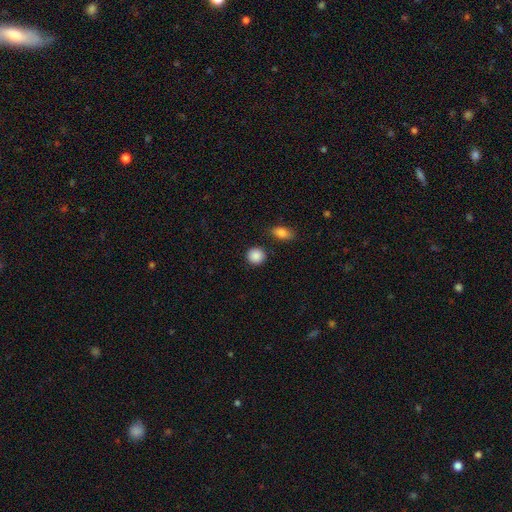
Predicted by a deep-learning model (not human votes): Smooth or featured?
  - smooth: 88% *
  - star or artifact: 8%
  - featured or disk: 3%
How rounded?
  - round: 90% *
  - in between: 9%
  - cigar-shaped: 1%
Merging?
  - none: 86% *
  - minor disturbance: 8%
  - merger: 3%
  - major disturbance: 3%